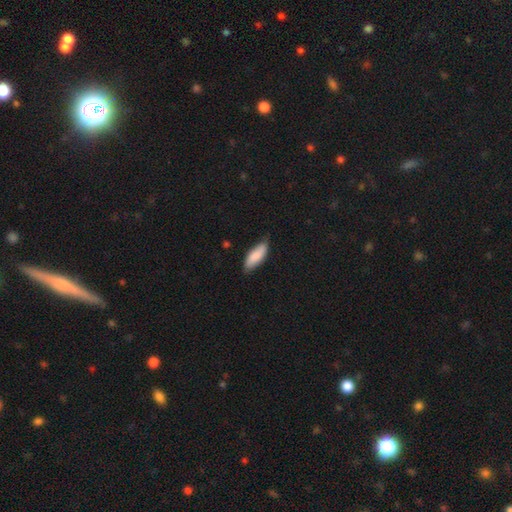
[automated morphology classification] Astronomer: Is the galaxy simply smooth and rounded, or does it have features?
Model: smooth — 83%.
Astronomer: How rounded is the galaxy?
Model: in between — 68%.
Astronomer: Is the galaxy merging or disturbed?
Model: none — 75%.